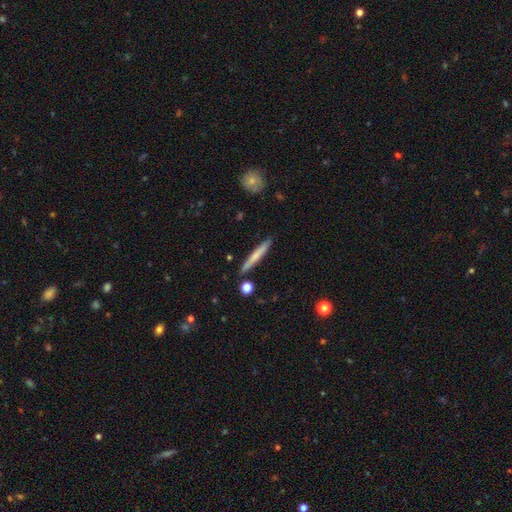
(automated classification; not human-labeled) Smooth or featured? Predicted: smooth (p=0.62). How rounded? Predicted: cigar-shaped (p=0.96). Merging? Predicted: none (p=0.87).